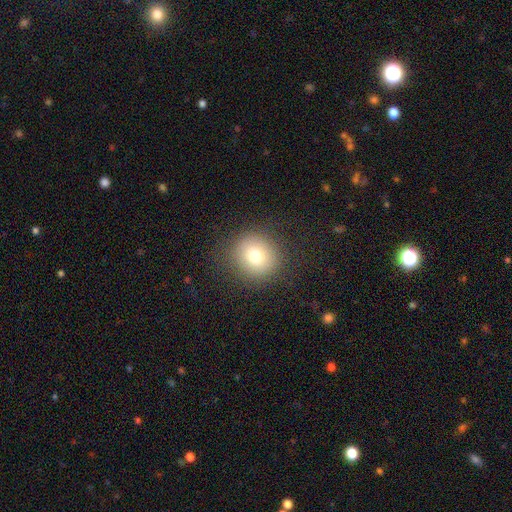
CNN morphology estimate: Q: Smooth or featured?
A: smooth (75%); runner-up: star or artifact (13%)
Q: How rounded?
A: round (88%); runner-up: in between (11%)
Q: Merging?
A: none (86%); runner-up: minor disturbance (8%)